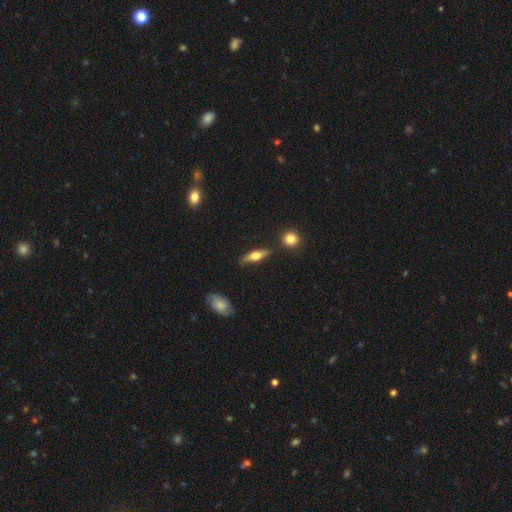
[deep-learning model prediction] Overall: smooth (48%; featured or disk 46%). Merging: none (81%).